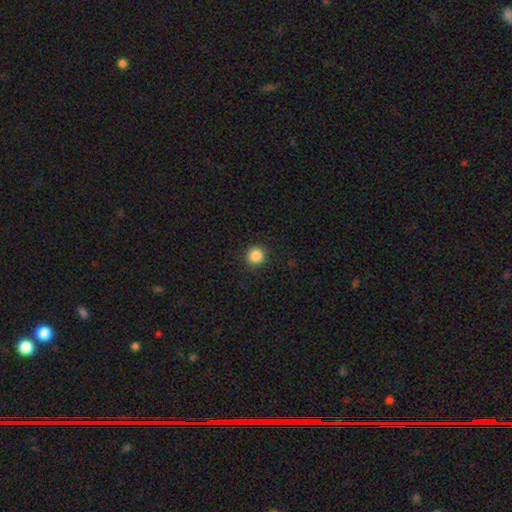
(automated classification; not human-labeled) A smooth galaxy with no disk features (87%) that is round (95%).

Vote fractions:
- Smooth or featured? smooth: 87% / star or artifact: 10% / featured or disk: 3%
- How rounded? round: 95% / in between: 4% / cigar-shaped: 1%
- Merging? none: 92% / minor disturbance: 5% / major disturbance: 2% / merger: 1%